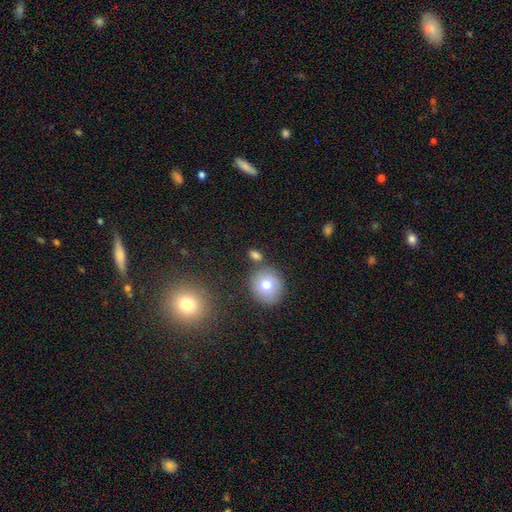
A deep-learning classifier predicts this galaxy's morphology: Smooth or featured? Predicted: smooth (p=0.74). How rounded? Predicted: round (p=0.49). Merging? Predicted: none (p=0.73).